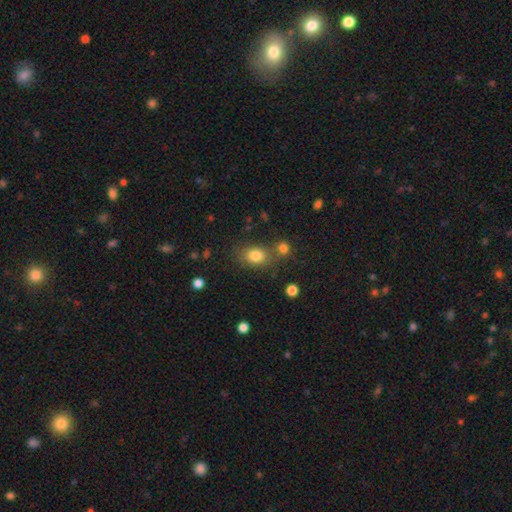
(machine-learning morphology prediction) A smooth galaxy with no disk features (80%) that is in between round and cigar-shaped (61%). Merging: none (64%).